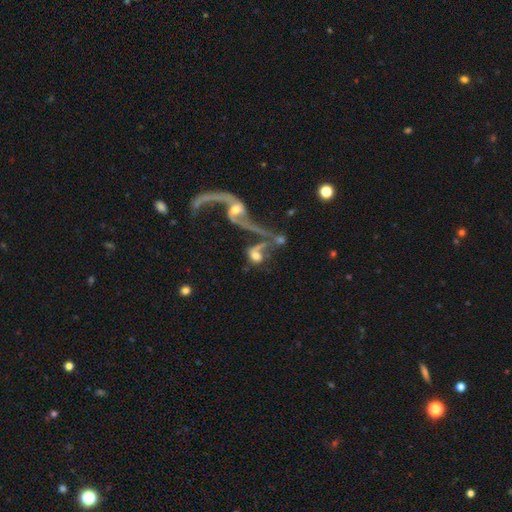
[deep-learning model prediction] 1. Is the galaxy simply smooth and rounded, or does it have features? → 51% featured or disk, 38% smooth, 11% star or artifact.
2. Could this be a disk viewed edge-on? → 93% no, 7% yes.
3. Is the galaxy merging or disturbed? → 49% merger, 23% none, 19% major disturbance, 10% minor disturbance.